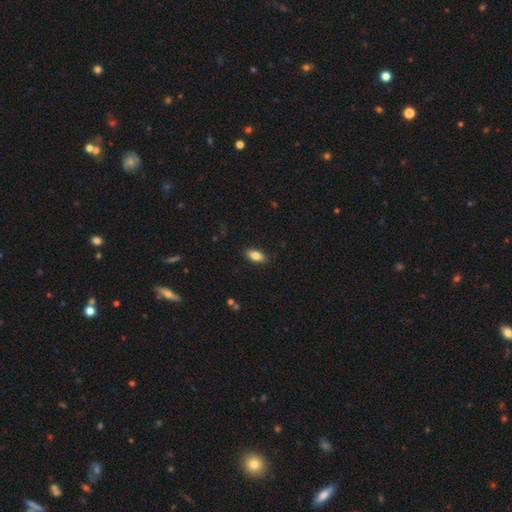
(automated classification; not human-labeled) smooth_or_featured: smooth (p=0.81) [alt: featured or disk p=0.11]
how_rounded: in between (p=0.87) [alt: cigar-shaped p=0.09]
merging: none (p=0.86) [alt: minor disturbance p=0.10]